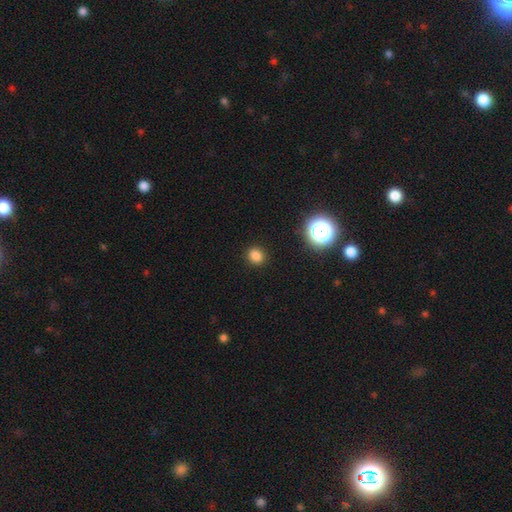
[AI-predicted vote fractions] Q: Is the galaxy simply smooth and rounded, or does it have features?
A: smooth — 81%.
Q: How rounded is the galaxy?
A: round — 75%.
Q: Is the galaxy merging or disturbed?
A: none — 91%.